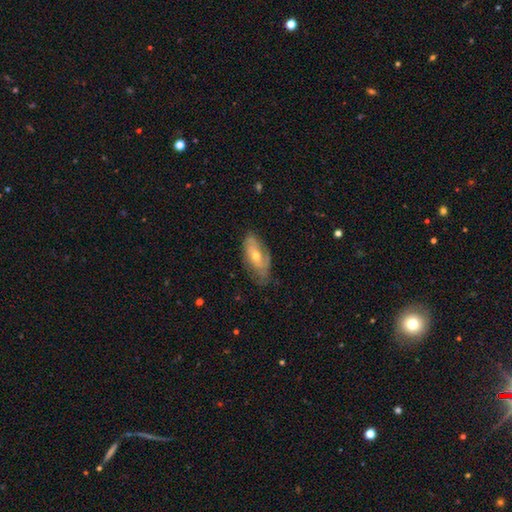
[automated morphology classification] The model was most divided on "bulge size": moderate: 50%, small: 47%, large: 2%, none: 1%, dominant: 1%. More confident: edge-on disk — no (86%); spiral arms — yes (77%); bar — no (65%); smooth or featured — featured or disk (63%); merging — none (62%).